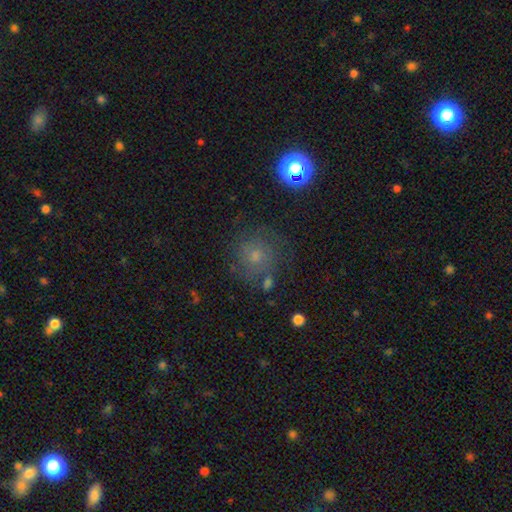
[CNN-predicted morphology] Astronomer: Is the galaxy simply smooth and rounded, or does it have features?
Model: smooth — 55%.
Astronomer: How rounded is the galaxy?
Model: round — 89%.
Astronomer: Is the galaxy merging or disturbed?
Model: none — 72%.